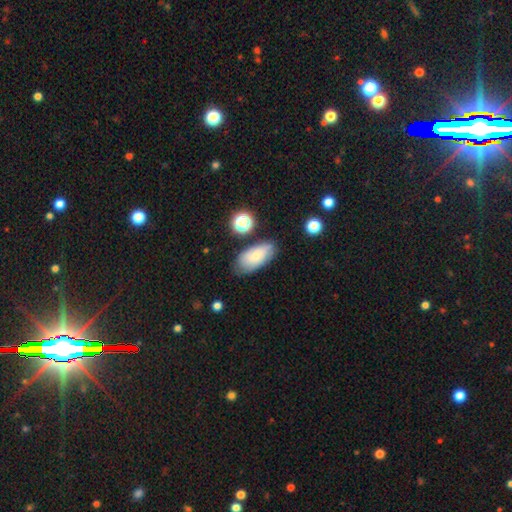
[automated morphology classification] smooth 64%, featured or disk 27%, star or artifact 9%. Down the decision tree: how rounded — in between (91%); merging — none (71%).